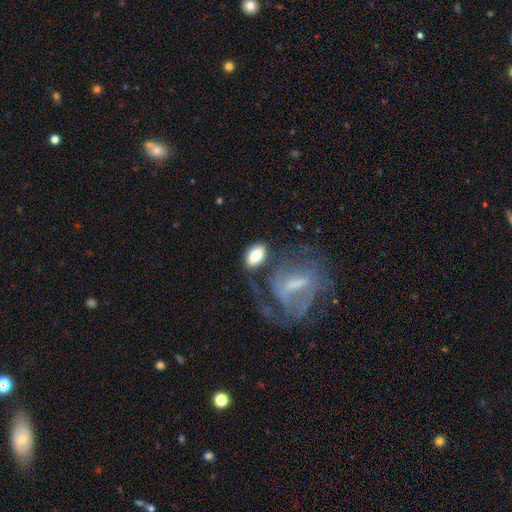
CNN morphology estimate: Overall: smooth (80%). How rounded: in between (91%). Merging: none (59%).